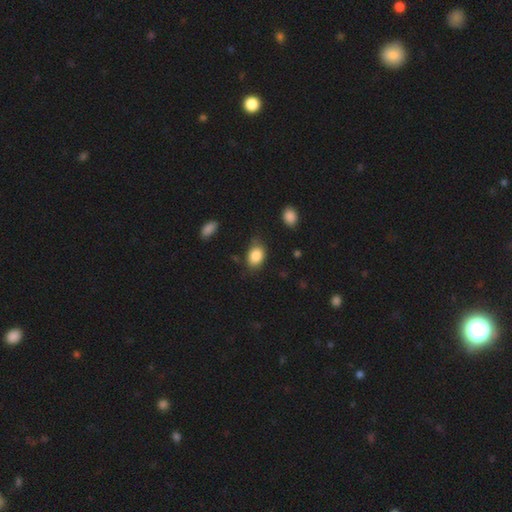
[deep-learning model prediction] The model was most divided on "merging": none: 70%, minor disturbance: 22%, major disturbance: 5%, merger: 3%. More confident: smooth or featured — smooth (86%); how rounded — in between (81%).